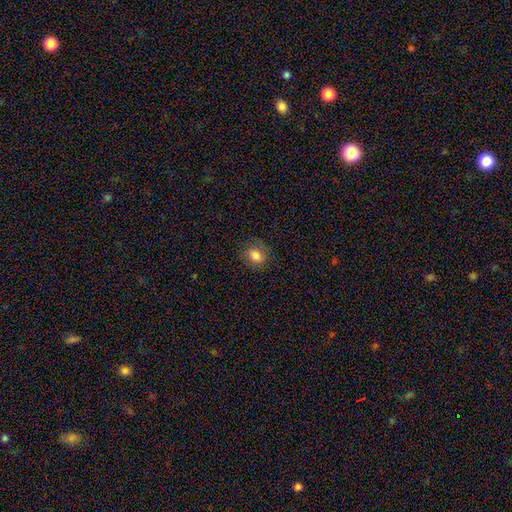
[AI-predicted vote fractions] A smooth galaxy with no disk features (81%) that is in between round and cigar-shaped (56%).

Vote fractions:
- Smooth or featured? smooth: 81% / star or artifact: 10% / featured or disk: 9%
- How rounded? in between: 56% / round: 43% / cigar-shaped: 1%
- Merging? none: 81% / minor disturbance: 14% / major disturbance: 4% / merger: 1%